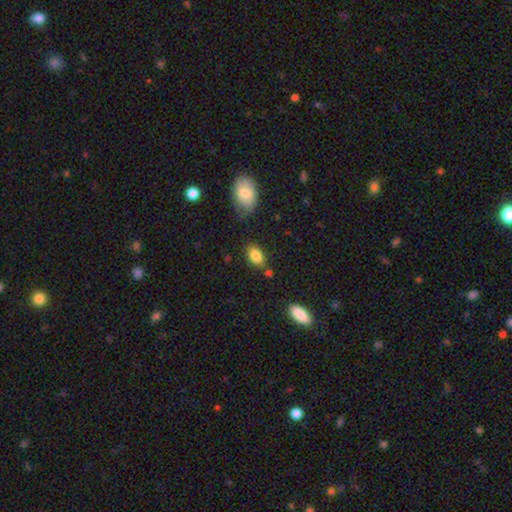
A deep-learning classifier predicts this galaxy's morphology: This appears to be a smooth galaxy with no disk features (85%) that is in between round and cigar-shaped (89%). Merging: none (75%).